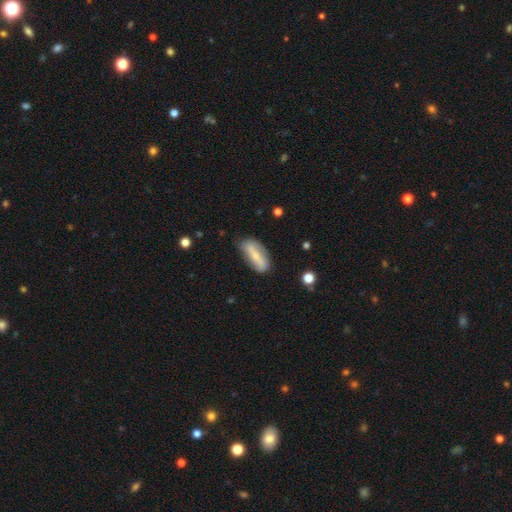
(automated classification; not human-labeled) A smooth galaxy with no disk features (48%). Merging: none (73%).